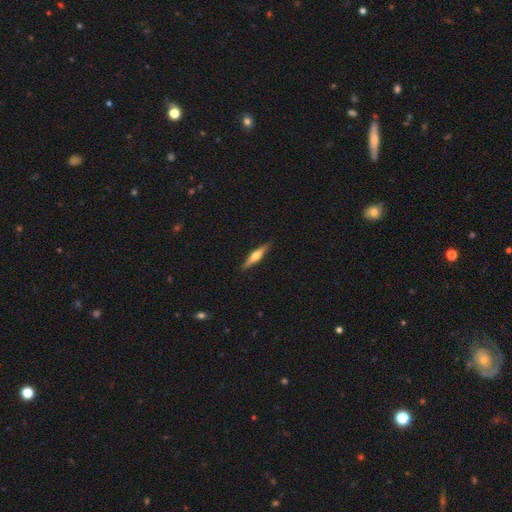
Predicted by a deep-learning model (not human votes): Q: Smooth or featured?
A: featured or disk (64%); runner-up: smooth (30%)
Q: Edge-on disk?
A: yes (97%); runner-up: no (3%)
Q: Edge-on bulge?
A: rounded (91%); runner-up: boxy (5%)
Q: Merging?
A: none (90%); runner-up: minor disturbance (7%)